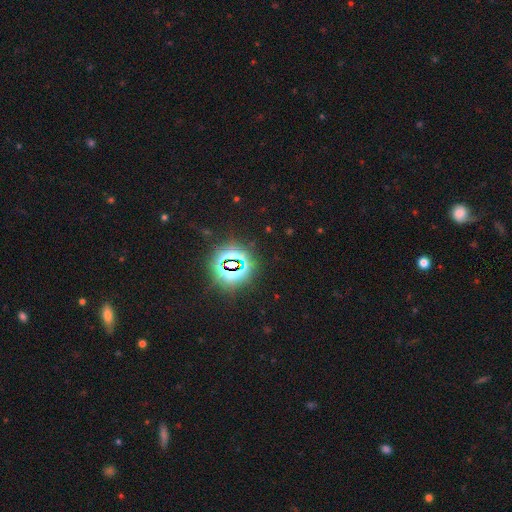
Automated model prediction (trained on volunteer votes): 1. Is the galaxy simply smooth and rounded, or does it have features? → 81% star or artifact, 12% smooth, 7% featured or disk.